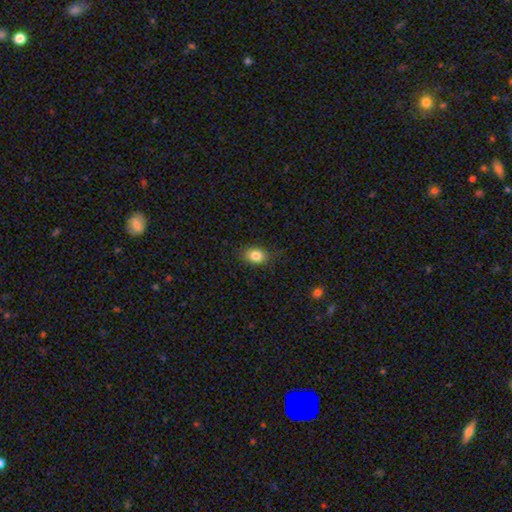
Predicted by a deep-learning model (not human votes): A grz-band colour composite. It shows a smooth galaxy with no disk features (84%) that is in between round and cigar-shaped (65%). Merging: none (81%).